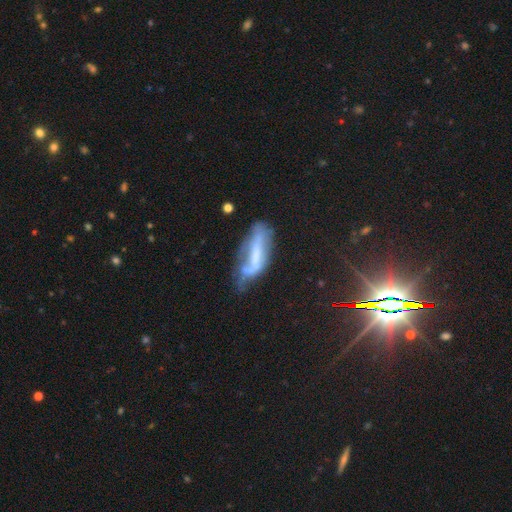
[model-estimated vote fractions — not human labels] A featured or disk galaxy (52%).

Vote fractions:
- Smooth or featured? featured or disk: 52% / smooth: 35% / star or artifact: 13%
- Edge-on disk? no: 75% / yes: 25%
- Merging? none: 35% / minor disturbance: 34% / major disturbance: 25% / merger: 6%